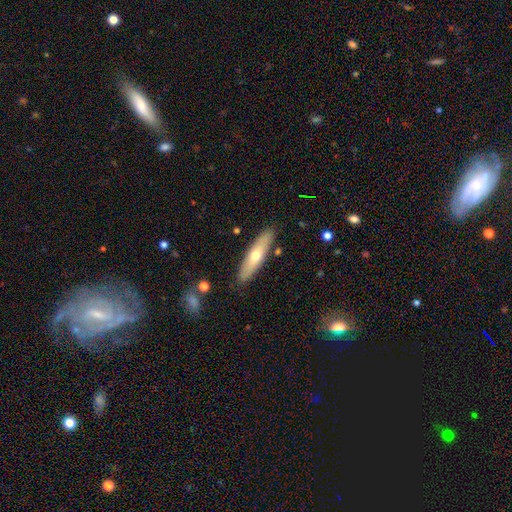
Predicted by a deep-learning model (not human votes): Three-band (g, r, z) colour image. It shows a smooth galaxy with no disk features (50%) that is cigar-shaped (77%). Merging: none (88%).